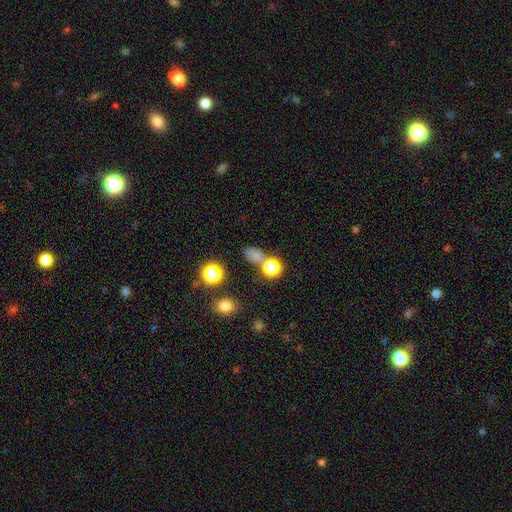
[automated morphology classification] This appears to be a smooth galaxy with no disk features (65%) that is in between round and cigar-shaped (54%). Merging: none (52%).